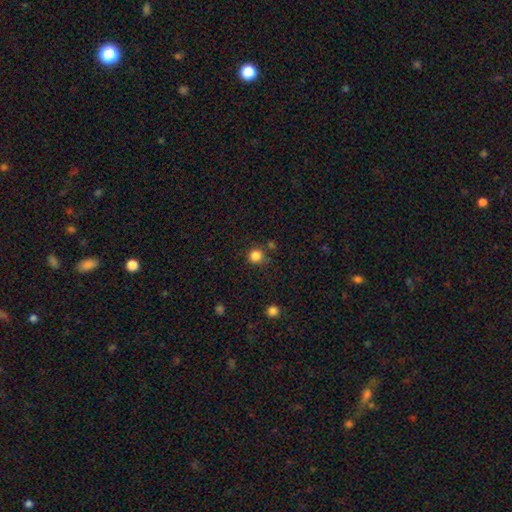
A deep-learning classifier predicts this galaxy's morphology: Smooth or featured: smooth — 84% (star or artifact — 12%)
How rounded: round — 90% (in between — 9%)
Merging: none — 78% (minor disturbance — 12%)